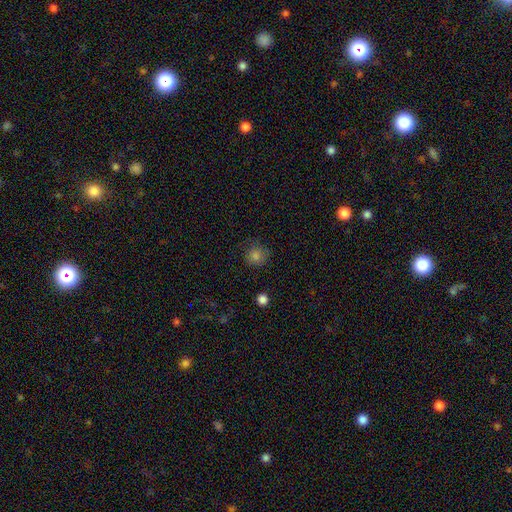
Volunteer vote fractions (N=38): This is clearly a smooth galaxy (87%). How rounded: clearly round (91%). Merging: clearly none (86%).